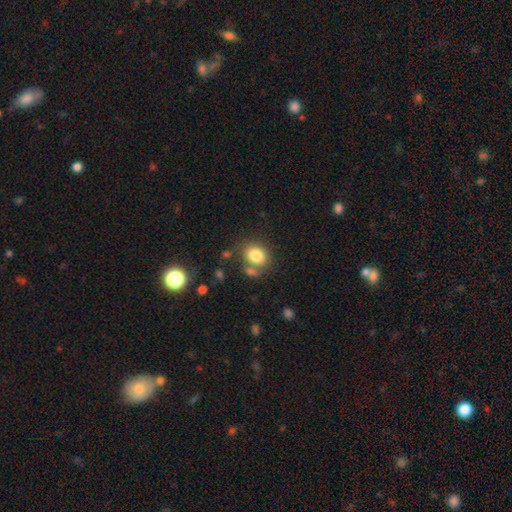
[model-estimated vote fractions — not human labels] A smooth galaxy with no disk features (82%) that is round (52%). Merging: none (62%).